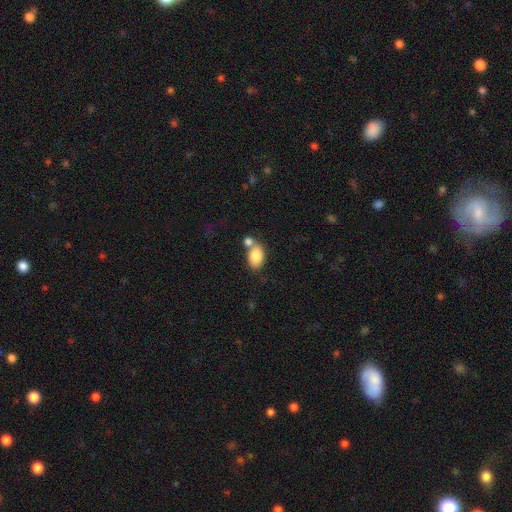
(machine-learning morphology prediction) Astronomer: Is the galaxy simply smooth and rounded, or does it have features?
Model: smooth — 83%.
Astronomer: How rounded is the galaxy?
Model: in between — 85%.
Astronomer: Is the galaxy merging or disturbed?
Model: none — 46% (runner-up: merger, 37%).